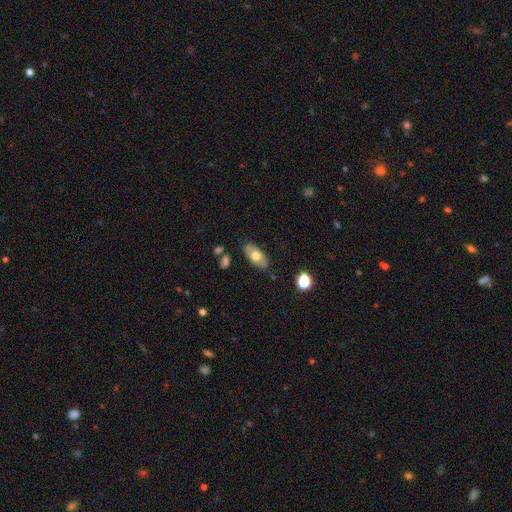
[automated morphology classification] A smooth galaxy with no disk features (59%) that is in between round and cigar-shaped (91%). Merging: none (80%).